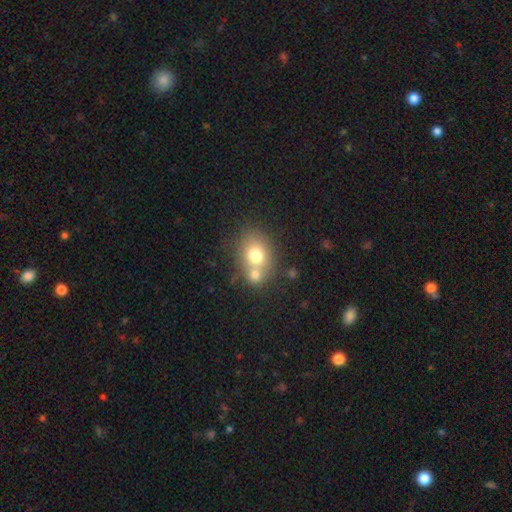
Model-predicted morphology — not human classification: Overall: smooth (72%). How rounded: round (56%; in between 43%). Merging: merger (45%; none 42%).